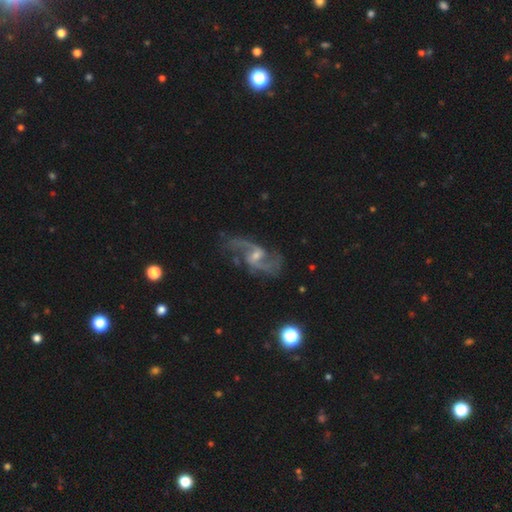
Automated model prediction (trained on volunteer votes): Smooth or featured? Predicted: featured or disk (p=0.88). Edge-on disk? Predicted: no (p=0.96). Bar? Predicted: weak (p=0.54). Spiral arms? Predicted: yes (p=0.96). Spiral winding? Predicted: loose (p=0.65). Spiral arm count? Predicted: 2 (p=0.88). Bulge size? Predicted: small (p=0.55). Merging? Predicted: none (p=0.71).